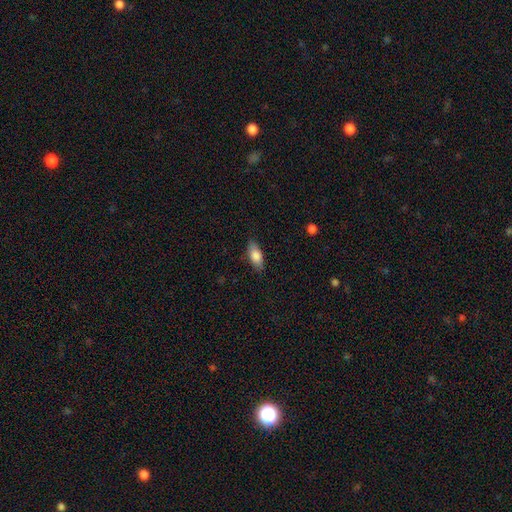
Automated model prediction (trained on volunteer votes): Smooth or featured?
  - smooth: 81% *
  - featured or disk: 13%
  - star or artifact: 6%
How rounded?
  - in between: 81% *
  - cigar-shaped: 16%
  - round: 3%
Merging?
  - none: 85% *
  - minor disturbance: 11%
  - major disturbance: 3%
  - merger: 1%